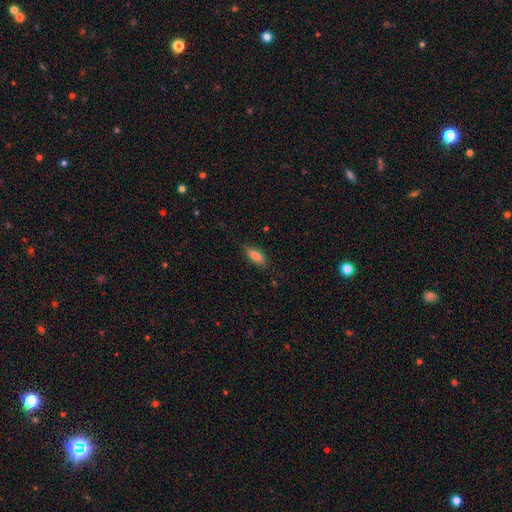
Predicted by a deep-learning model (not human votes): Overall: smooth (79%). How rounded: in between (72%). Merging: none (82%).